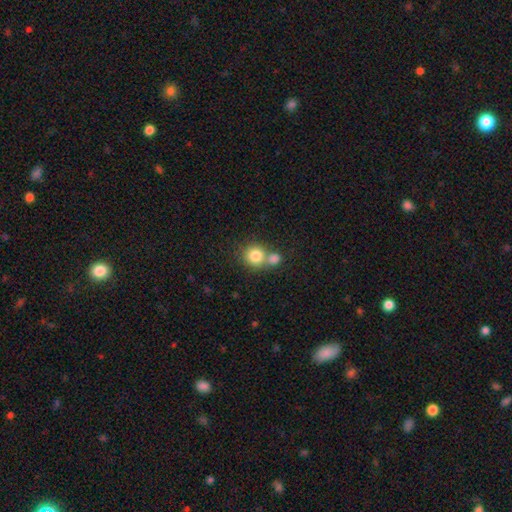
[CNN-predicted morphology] This appears to be a smooth galaxy with no disk features (81%) that is round (87%). Merging: none (47%).